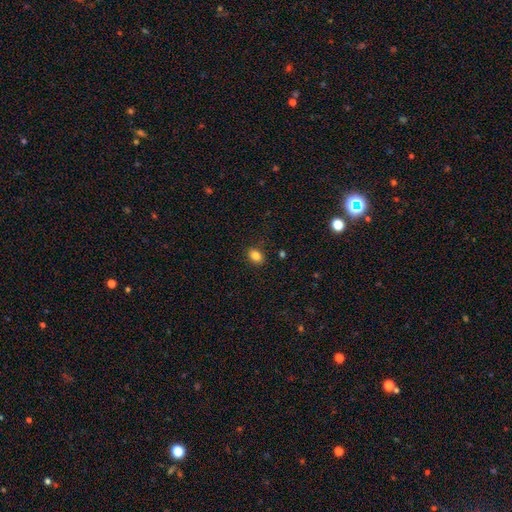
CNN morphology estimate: smooth-or-featured: smooth: 83% | star or artifact: 11% | featured or disk: 6%
  how-rounded: in between: 64% | round: 35% | cigar-shaped: 1%
  merging: none: 86% | minor disturbance: 10% | major disturbance: 3% | merger: 1%